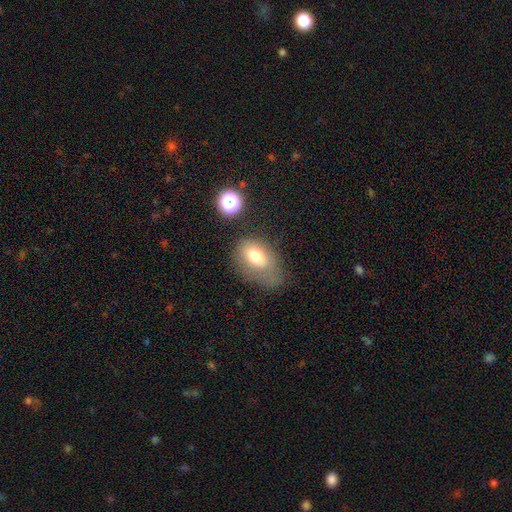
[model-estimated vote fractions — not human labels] This is likely a smooth galaxy (72%). How rounded: clearly in between (82%). Merging: marginally minor disturbance (32%, tied with none).